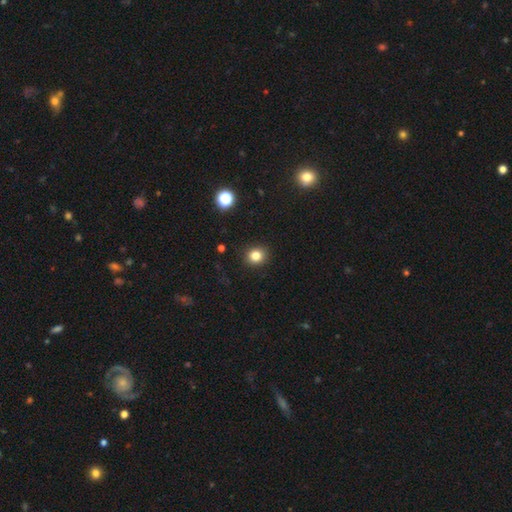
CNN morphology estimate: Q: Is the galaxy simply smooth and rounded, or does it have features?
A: smooth — 83%.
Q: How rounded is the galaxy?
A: round — 83%.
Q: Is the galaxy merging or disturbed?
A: none — 91%.